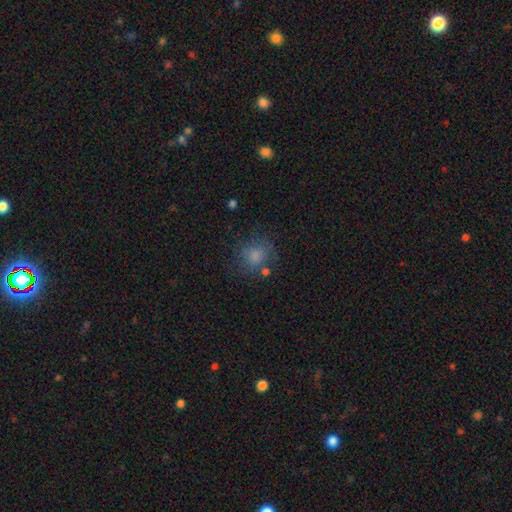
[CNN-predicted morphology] smooth 72%, star or artifact 16%, featured or disk 12%. Down the decision tree: how rounded — round (76%); merging — none (68%).